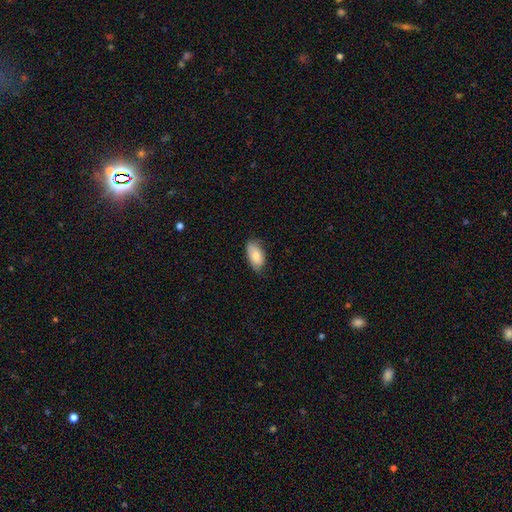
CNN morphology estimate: A smooth galaxy with no disk features (79%) that is in between round and cigar-shaped (94%).

Vote fractions:
- Smooth or featured? smooth: 79% / featured or disk: 15% / star or artifact: 6%
- How rounded? in between: 94% / round: 3% / cigar-shaped: 3%
- Merging? none: 70% / minor disturbance: 25% / major disturbance: 4% / merger: 1%